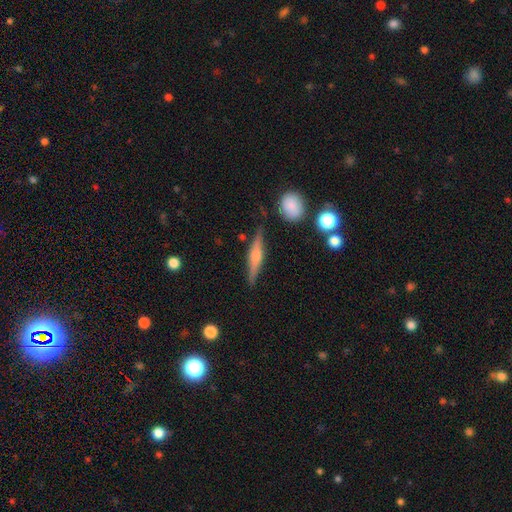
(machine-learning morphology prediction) The model was most divided on "smooth or featured": featured or disk: 65%, smooth: 28%, star or artifact: 7%. More confident: edge-on disk — yes (97%); merging — none (86%); edge-on bulge — rounded (80%).